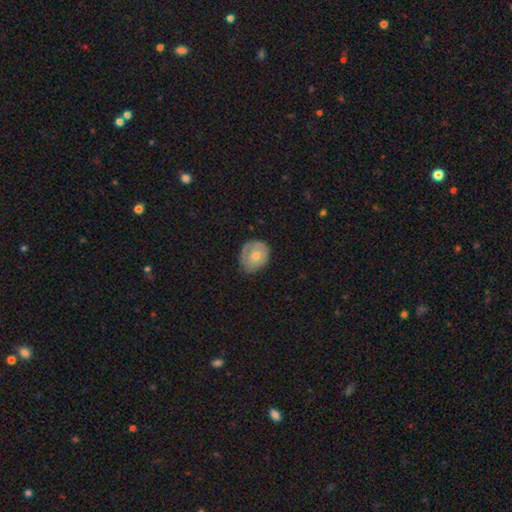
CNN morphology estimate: Overall: smooth (64%; featured or disk 29%). How rounded: round (61%; in between 38%). Merging: none (61%; minor disturbance 29%).